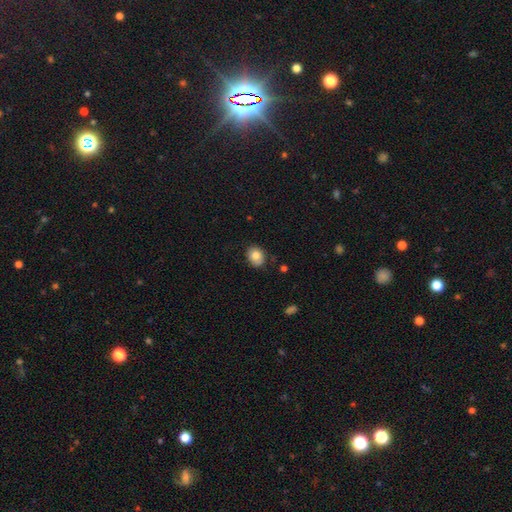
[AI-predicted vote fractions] smooth 80%, featured or disk 11%, star or artifact 9%. Down the decision tree: how rounded — round (54%); merging — none (82%).